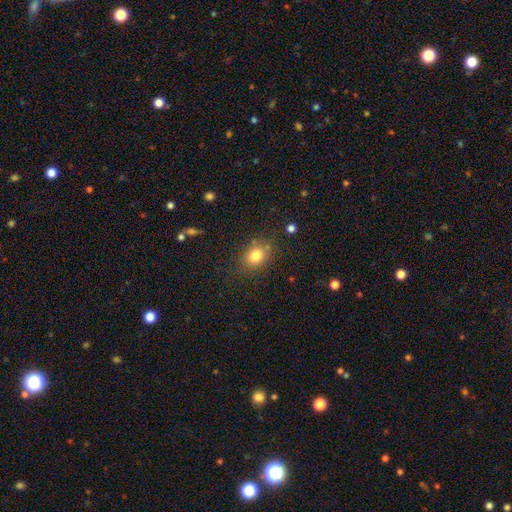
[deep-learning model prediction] Smooth or featured: smooth — 80% (star or artifact — 11%)
How rounded: in between — 55% (round — 44%)
Merging: none — 76% (minor disturbance — 16%)